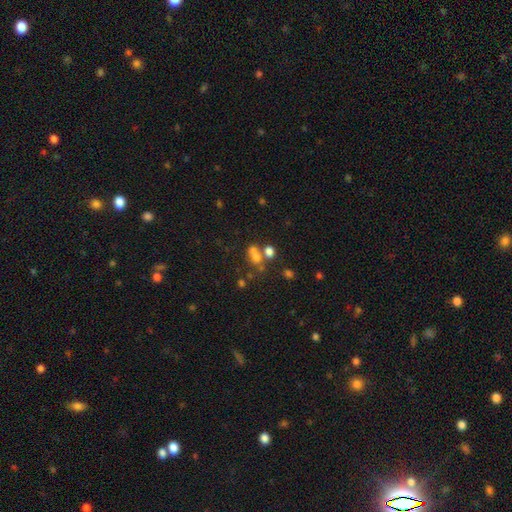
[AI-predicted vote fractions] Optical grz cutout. It shows a smooth galaxy with no disk features (59%) that is round (52%). Merging: merger (48%).